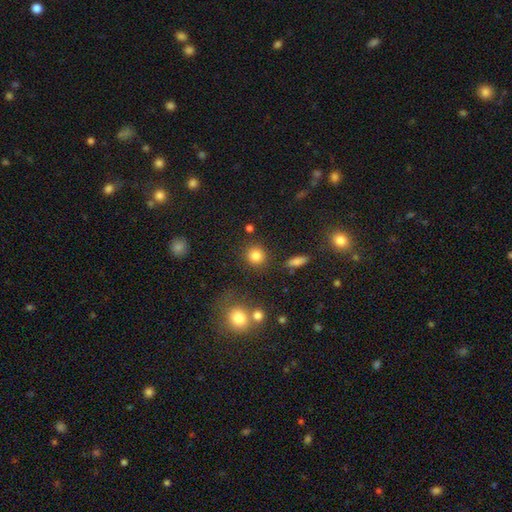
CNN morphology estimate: Smooth or featured? Predicted: smooth (p=0.83). How rounded? Predicted: round (p=0.88). Merging? Predicted: none (p=0.83).